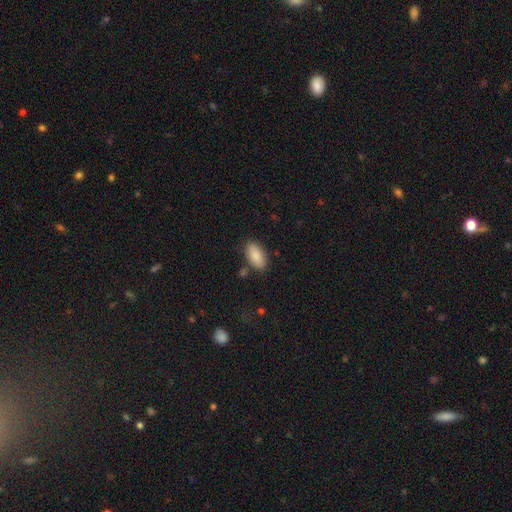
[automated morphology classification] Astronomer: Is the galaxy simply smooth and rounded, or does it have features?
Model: smooth — 87%.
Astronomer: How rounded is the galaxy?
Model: in between — 92%.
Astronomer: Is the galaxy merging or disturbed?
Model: none — 82%.